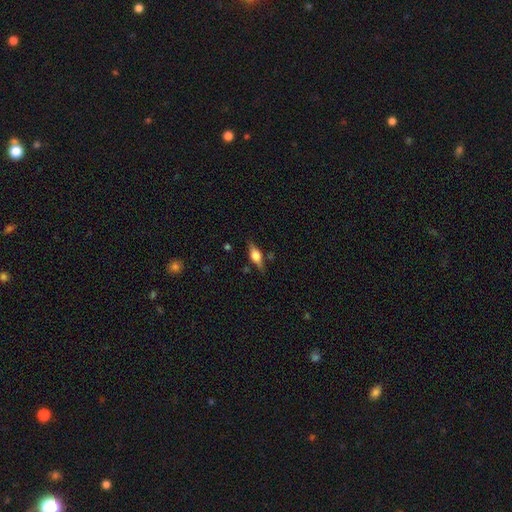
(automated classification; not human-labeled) featured or disk 53%, smooth 39%, star or artifact 8%. Down the decision tree: edge-on disk — yes (93%); merging — none (77%).